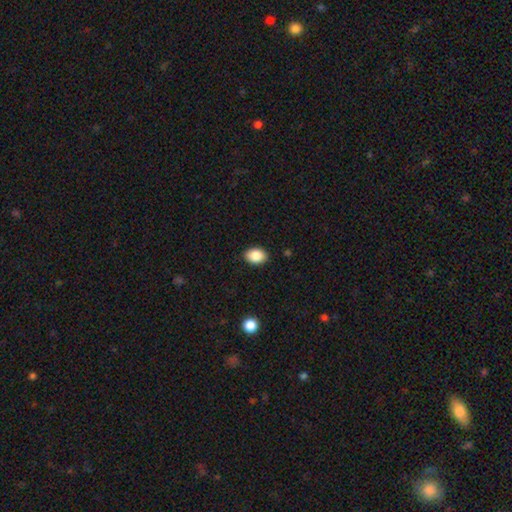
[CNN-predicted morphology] Overall: smooth (87%). How rounded: in between (76%). Merging: none (89%).